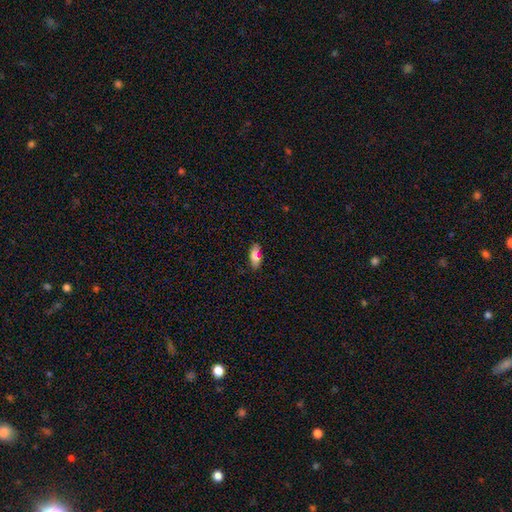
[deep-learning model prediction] Overall: smooth (77%). How rounded: in between (71%). Merging: none (81%).